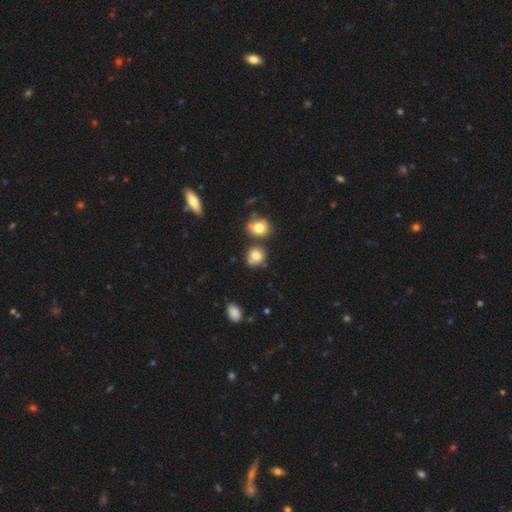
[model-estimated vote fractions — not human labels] Q: Smooth or featured?
A: smooth (76%); runner-up: star or artifact (12%)
Q: How rounded?
A: round (82%); runner-up: in between (17%)
Q: Merging?
A: none (61%); runner-up: merger (19%)